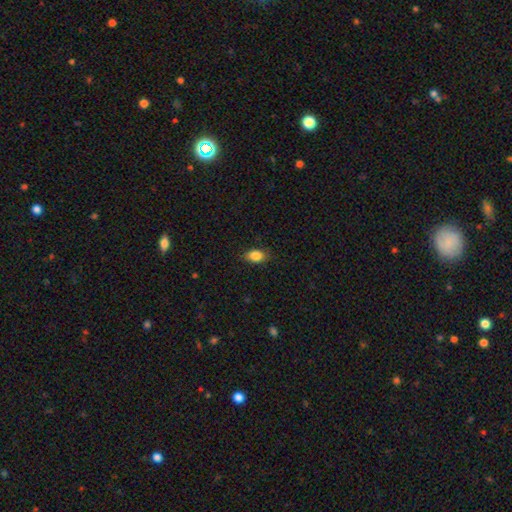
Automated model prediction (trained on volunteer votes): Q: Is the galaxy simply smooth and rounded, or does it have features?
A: smooth — 86%.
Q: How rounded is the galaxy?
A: in between — 82%.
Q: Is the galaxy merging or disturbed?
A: none — 84%.